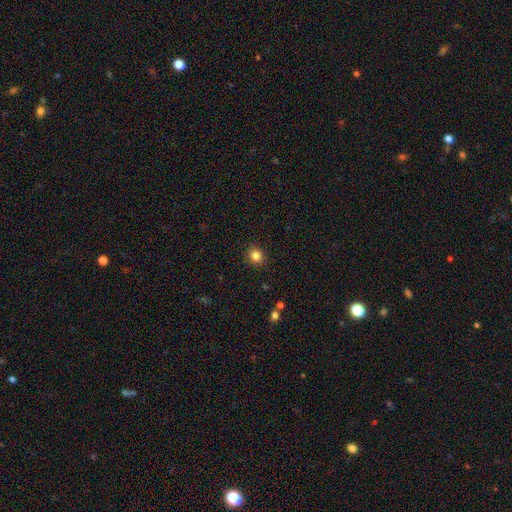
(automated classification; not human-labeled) Overall: smooth (84%). How rounded: round (79%). Merging: none (91%).